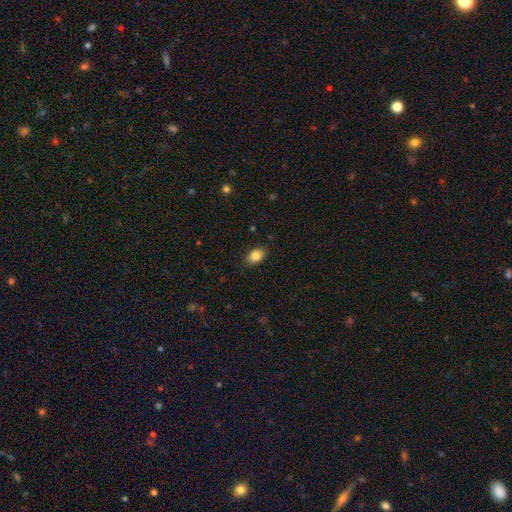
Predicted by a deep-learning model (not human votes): Smooth or featured? Predicted: smooth (p=0.85). How rounded? Predicted: in between (p=0.84). Merging? Predicted: none (p=0.85).